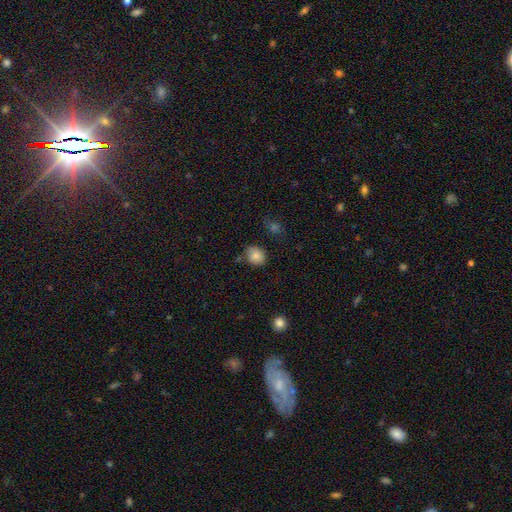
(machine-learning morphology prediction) Smooth or featured? smooth (85%)
How rounded? round (62%)
Merging? none (72%)